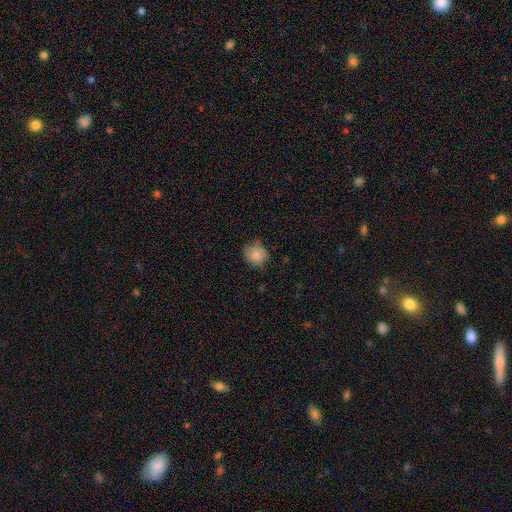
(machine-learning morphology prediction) A smooth galaxy with no disk features (82%) that is round (77%).

Vote fractions:
- Smooth or featured? smooth: 82% / featured or disk: 9% / star or artifact: 8%
- How rounded? round: 77% / in between: 22% / cigar-shaped: 1%
- Merging? none: 69% / minor disturbance: 24% / major disturbance: 6% / merger: 1%